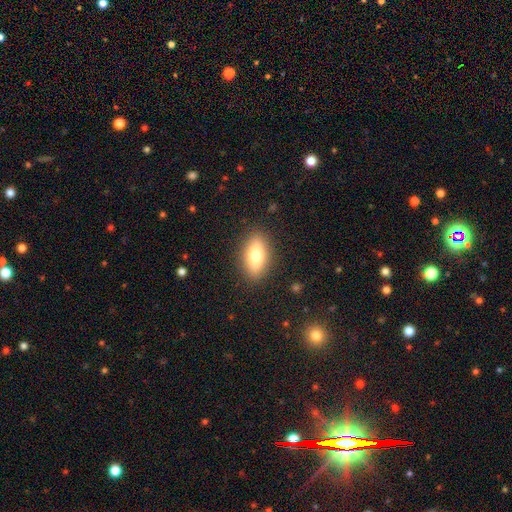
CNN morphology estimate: This appears to be a smooth galaxy with no disk features (75%) that is in between round and cigar-shaped (83%). Merging: none (87%).